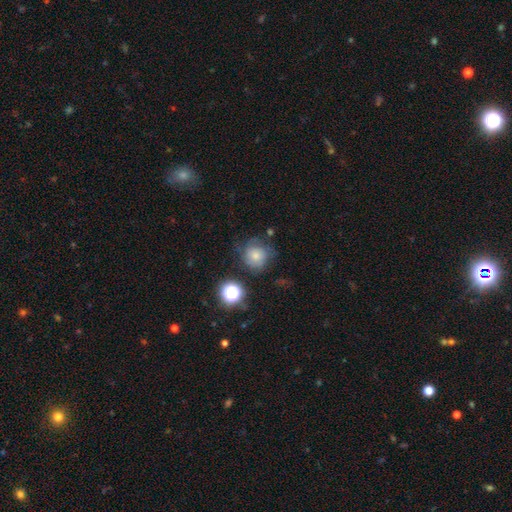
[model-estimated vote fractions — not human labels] Smooth or featured? smooth (62%)
How rounded? round (88%)
Merging? none (59%)